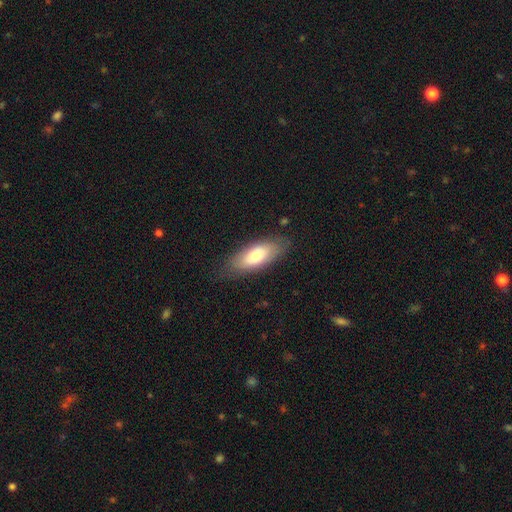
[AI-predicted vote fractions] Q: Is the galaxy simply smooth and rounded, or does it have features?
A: smooth — 71%.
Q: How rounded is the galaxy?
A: in between — 78%.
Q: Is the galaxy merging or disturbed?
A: none — 80%.